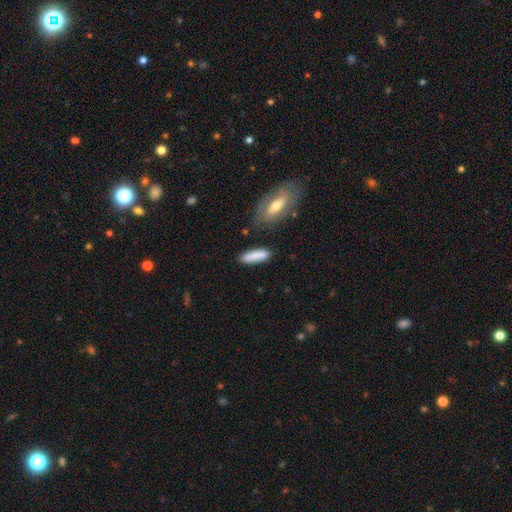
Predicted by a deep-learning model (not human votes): Smooth or featured? Predicted: smooth (p=0.85). How rounded? Predicted: cigar-shaped (p=0.59). Merging? Predicted: none (p=0.78).